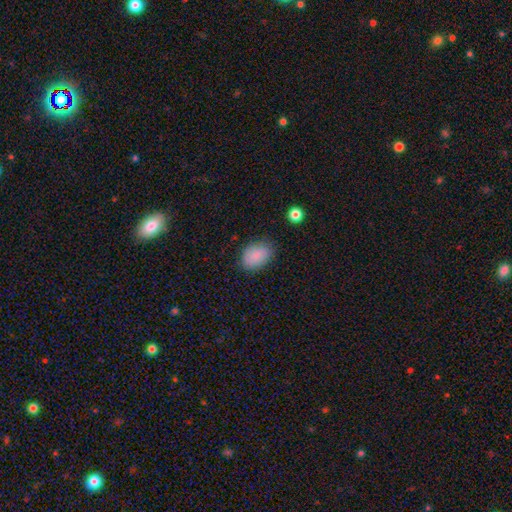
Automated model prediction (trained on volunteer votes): Smooth or featured? smooth (87%)
How rounded? in between (85%)
Merging? none (79%)